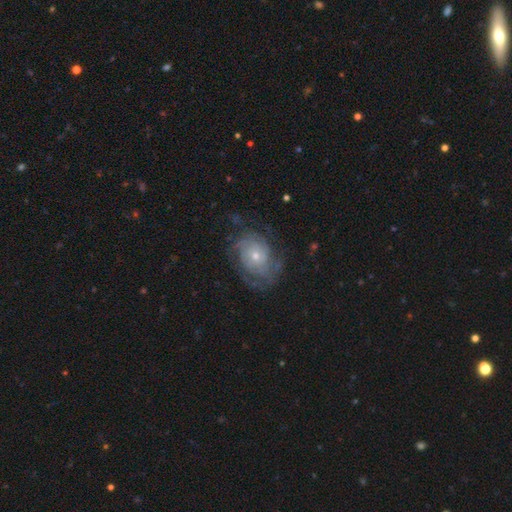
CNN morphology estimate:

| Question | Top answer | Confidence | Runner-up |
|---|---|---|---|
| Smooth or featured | featured or disk | 78% | smooth (14%) |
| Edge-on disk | no | 97% | yes (3%) |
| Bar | no | 81% | weak (16%) |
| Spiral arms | yes | 90% | no (10%) |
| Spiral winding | tight | 65% | medium (27%) |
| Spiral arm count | can't tell | 45% | 2 (18%) |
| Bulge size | small | 64% | moderate (32%) |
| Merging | none | 69% | minor disturbance (19%) |